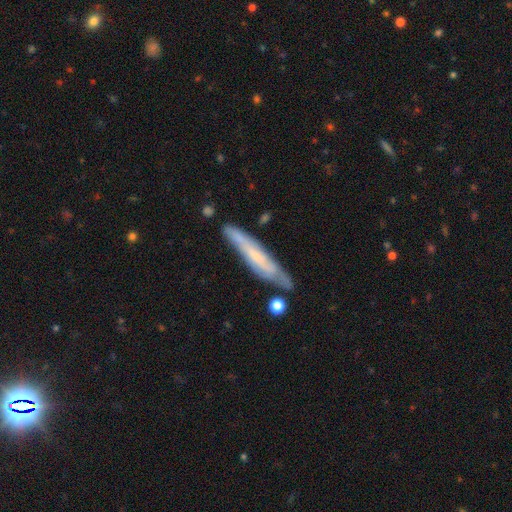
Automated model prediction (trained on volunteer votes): A featured or disk galaxy (51%) viewed edge-on (69%). Merging: none (69%).